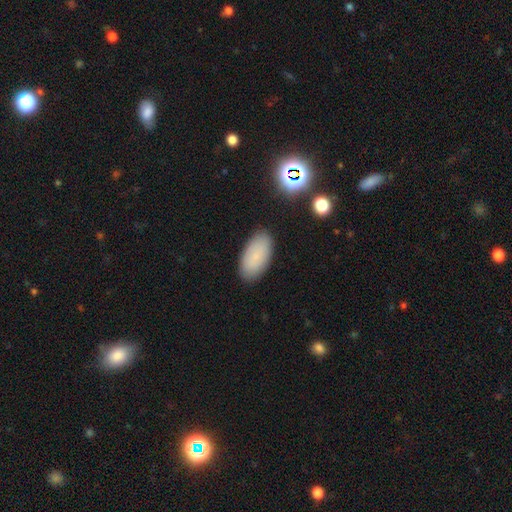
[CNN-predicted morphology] Smooth or featured? smooth (81%)
How rounded? in between (93%)
Merging? none (87%)